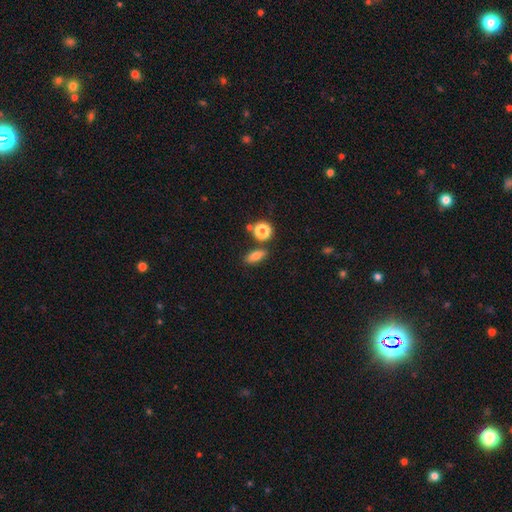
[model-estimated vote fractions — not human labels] Smooth or featured? Predicted: smooth (p=0.77). How rounded? Predicted: in between (p=0.65). Merging? Predicted: none (p=0.78).